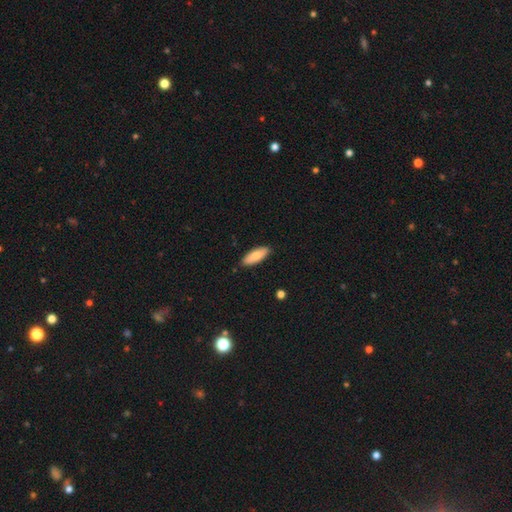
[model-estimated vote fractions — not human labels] The model was most divided on "how rounded": in between: 64%, cigar-shaped: 34%, round: 2%. More confident: merging — none (88%); smooth or featured — smooth (82%).